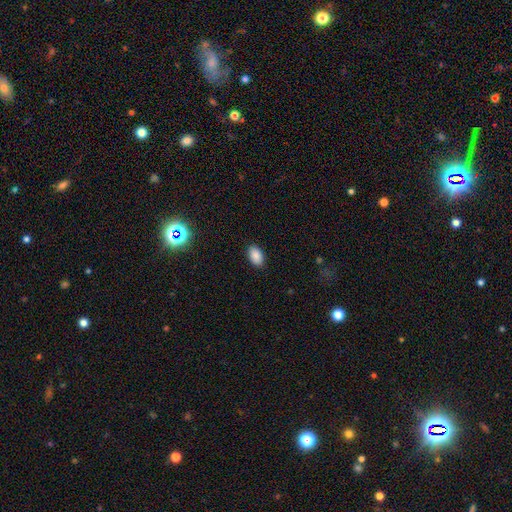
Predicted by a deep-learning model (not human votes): smooth_or_featured: smooth (p=0.87) [alt: star or artifact p=0.09]
how_rounded: in between (p=0.92) [alt: round p=0.06]
merging: none (p=0.88) [alt: minor disturbance p=0.09]